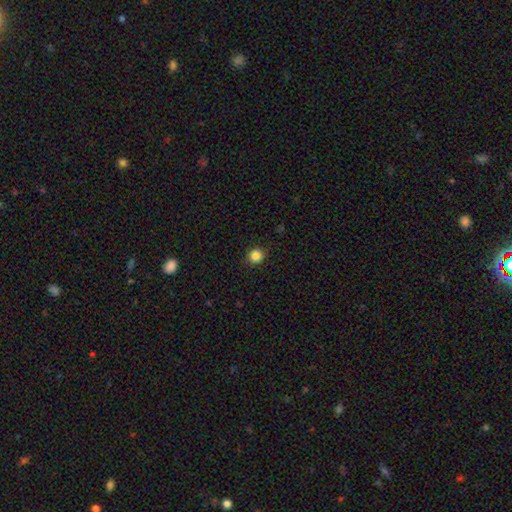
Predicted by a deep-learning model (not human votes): The model was most divided on "smooth or featured": smooth: 85%, star or artifact: 11%, featured or disk: 4%. More confident: merging — none (91%); how rounded — round (89%).